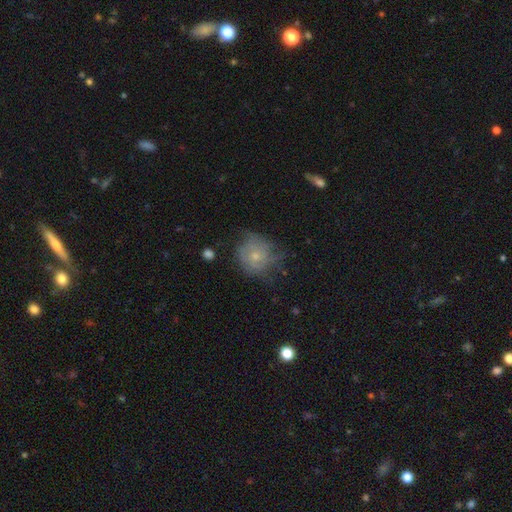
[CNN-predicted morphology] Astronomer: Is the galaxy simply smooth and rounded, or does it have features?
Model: featured or disk — 48% (runner-up: smooth, 43%).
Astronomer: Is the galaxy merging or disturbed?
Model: none — 54%.